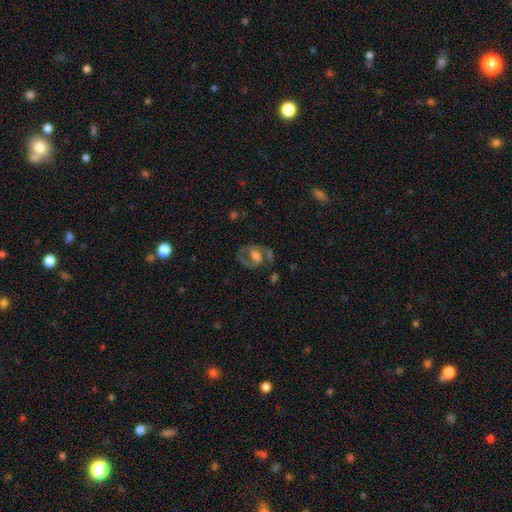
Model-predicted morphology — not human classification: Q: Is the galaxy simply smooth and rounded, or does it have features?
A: featured or disk — 72%.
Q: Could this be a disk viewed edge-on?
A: no — 96%.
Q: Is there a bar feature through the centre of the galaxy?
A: no — 48%.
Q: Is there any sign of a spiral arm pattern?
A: yes — 77%.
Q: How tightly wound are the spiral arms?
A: medium — 50%.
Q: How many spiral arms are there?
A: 2 — 75%.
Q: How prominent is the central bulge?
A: moderate — 39%.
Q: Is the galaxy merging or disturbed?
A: none — 60%.